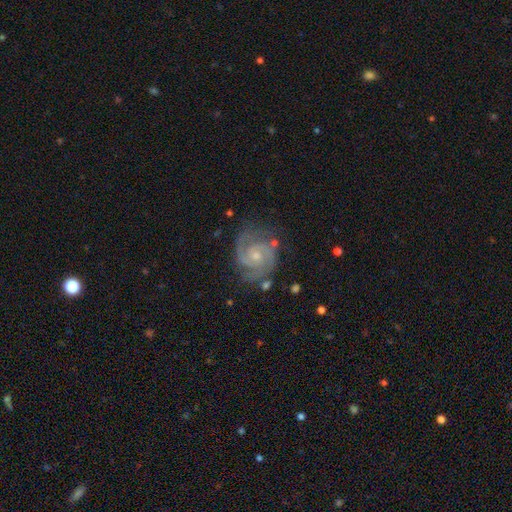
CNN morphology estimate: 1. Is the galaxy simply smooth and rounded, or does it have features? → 91% featured or disk, 5% star or artifact, 4% smooth.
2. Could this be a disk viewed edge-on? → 98% no, 2% yes.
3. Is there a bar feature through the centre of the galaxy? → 65% no, 30% weak, 5% strong.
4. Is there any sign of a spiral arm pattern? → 98% yes, 2% no.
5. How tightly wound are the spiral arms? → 57% tight, 38% medium, 5% loose.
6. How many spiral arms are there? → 63% 2, 23% 3, 6% can't tell, 3% 4, 3% 1, 3% more than 4.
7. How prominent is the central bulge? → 65% small, 30% moderate, 3% none, 1% large, 1% dominant.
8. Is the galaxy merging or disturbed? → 71% none, 19% minor disturbance, 6% major disturbance, 3% merger.